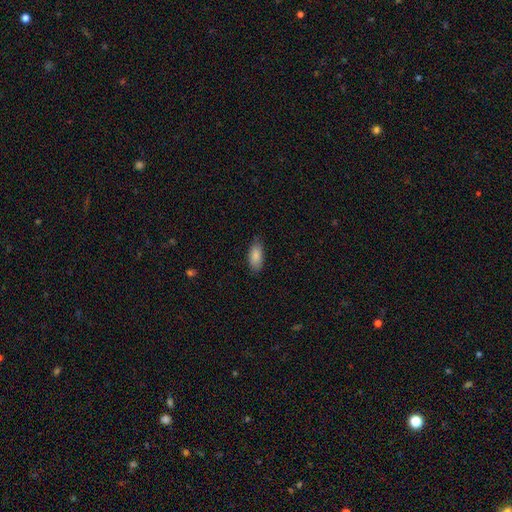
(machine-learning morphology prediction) The model was most divided on "merging": none: 80%, minor disturbance: 16%, major disturbance: 3%, merger: 1%. More confident: how rounded — in between (88%); smooth or featured — smooth (87%).